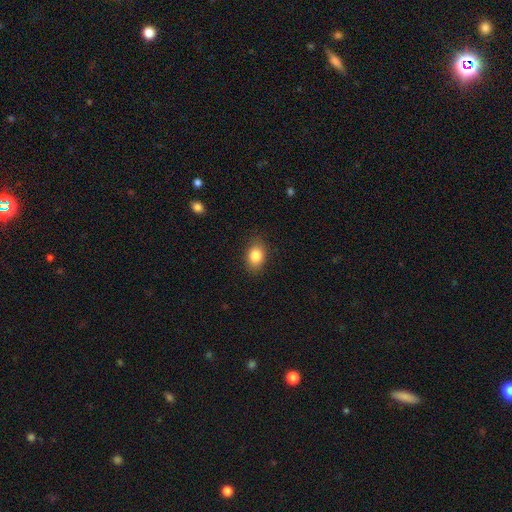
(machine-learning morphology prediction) Q: Smooth or featured?
A: smooth (84%); runner-up: star or artifact (8%)
Q: How rounded?
A: in between (76%); runner-up: round (23%)
Q: Merging?
A: none (86%); runner-up: minor disturbance (10%)